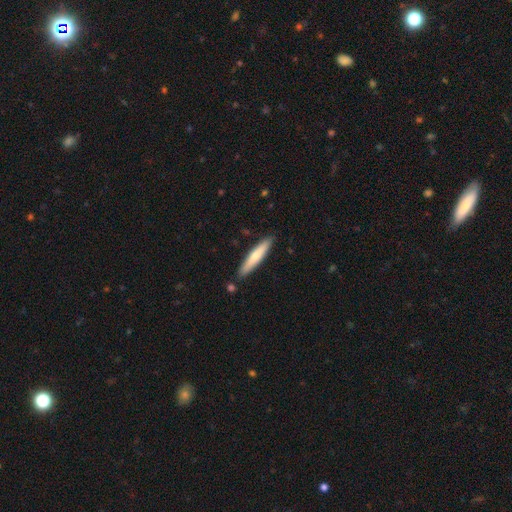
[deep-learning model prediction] This is likely a smooth galaxy (67%). How rounded: clearly cigar-shaped (89%). Merging: clearly none (87%).